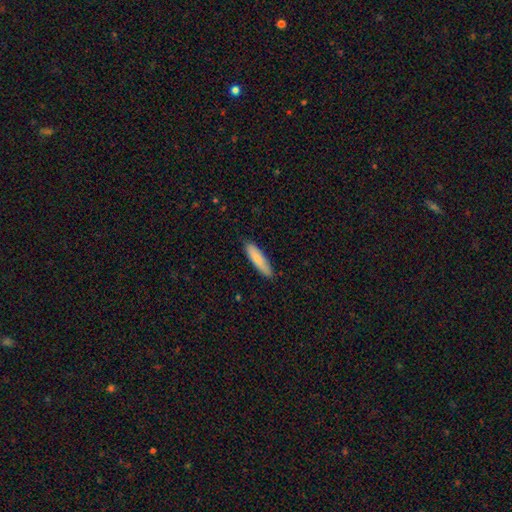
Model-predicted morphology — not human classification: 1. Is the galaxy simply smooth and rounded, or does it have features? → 79% smooth, 15% featured or disk, 6% star or artifact.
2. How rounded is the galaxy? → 81% cigar-shaped, 18% in between, 1% round.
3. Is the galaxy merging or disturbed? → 89% none, 8% minor disturbance, 1% major disturbance, 1% merger.